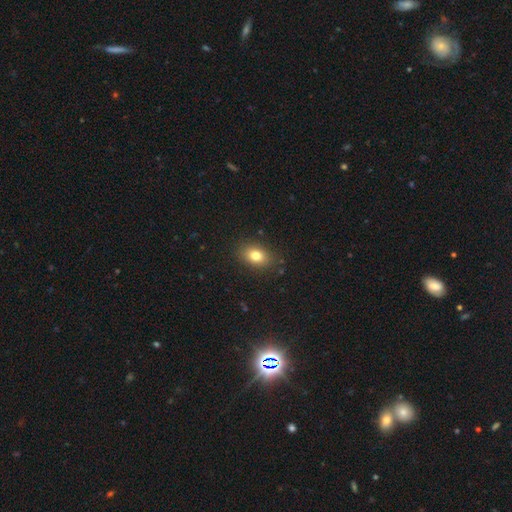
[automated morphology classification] smooth_or_featured: smooth (p=0.79) [alt: star or artifact p=0.10]
how_rounded: in between (p=0.76) [alt: round p=0.22]
merging: none (p=0.86) [alt: minor disturbance p=0.10]